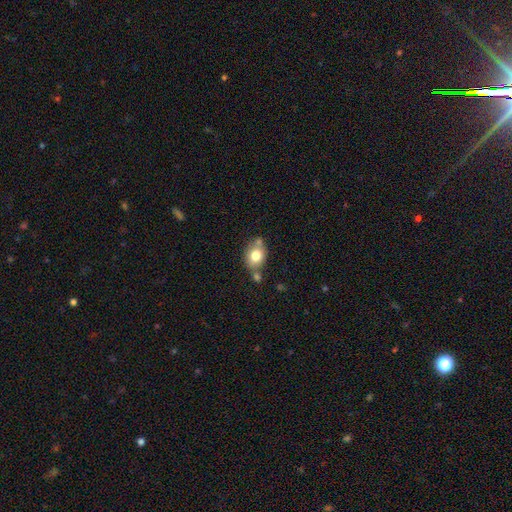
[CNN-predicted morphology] Smooth or featured? Predicted: smooth (p=0.76). How rounded? Predicted: in between (p=0.58). Merging? Predicted: none (p=0.60).